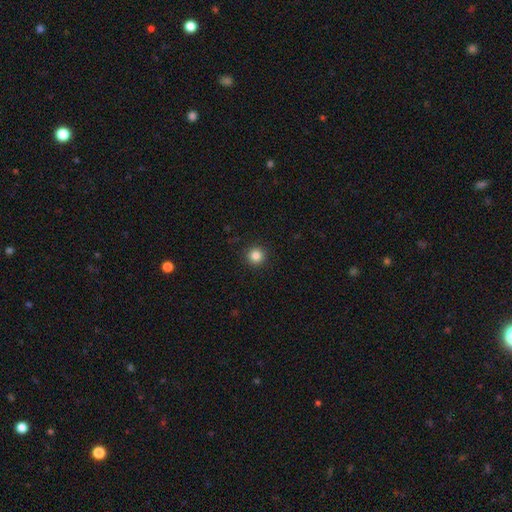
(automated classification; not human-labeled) Smooth or featured? smooth (85%)
How rounded? round (95%)
Merging? none (92%)